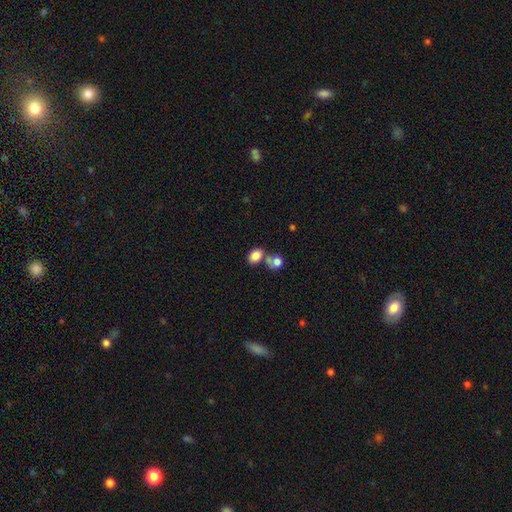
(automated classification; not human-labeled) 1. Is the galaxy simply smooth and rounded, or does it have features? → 83% smooth, 9% star or artifact, 8% featured or disk.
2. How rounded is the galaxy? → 73% in between, 26% round, 1% cigar-shaped.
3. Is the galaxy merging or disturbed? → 46% none, 37% merger, 12% minor disturbance, 5% major disturbance.